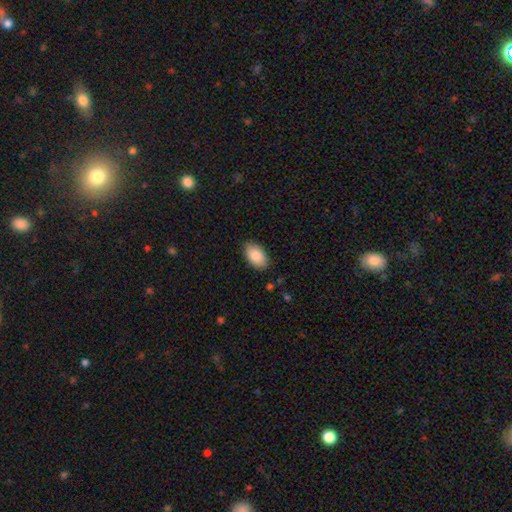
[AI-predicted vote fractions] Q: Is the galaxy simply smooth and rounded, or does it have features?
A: smooth — 87%.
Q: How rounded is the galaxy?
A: in between — 94%.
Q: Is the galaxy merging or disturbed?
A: none — 86%.